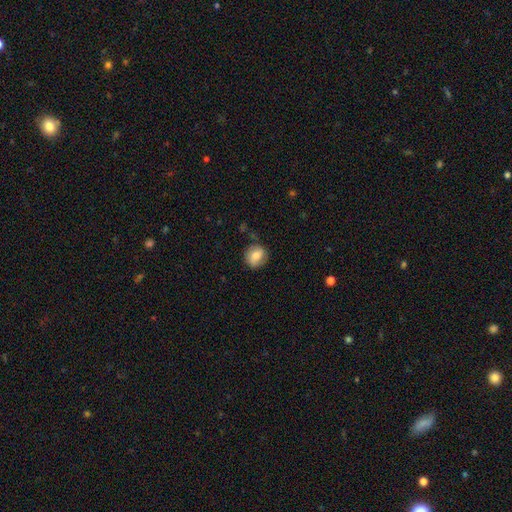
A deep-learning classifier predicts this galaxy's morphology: smooth-or-featured: smooth: 80% | featured or disk: 11% | star or artifact: 8%
  how-rounded: round: 76% | in between: 23% | cigar-shaped: 1%
  merging: none: 79% | minor disturbance: 16% | major disturbance: 4% | merger: 2%